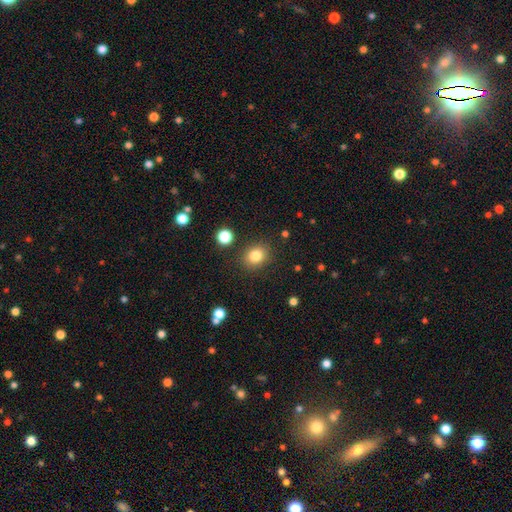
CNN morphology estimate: This appears to be a smooth galaxy with no disk features (82%) that is round (68%). Merging: none (86%).